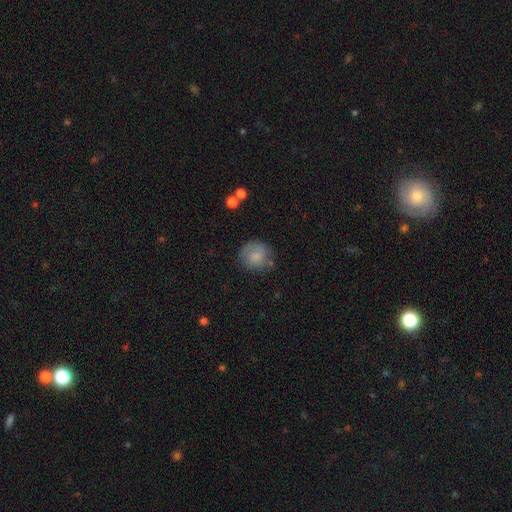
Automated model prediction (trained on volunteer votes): Smooth or featured: smooth — 80% (featured or disk — 12%)
How rounded: round — 85% (in between — 14%)
Merging: none — 69% (minor disturbance — 21%)